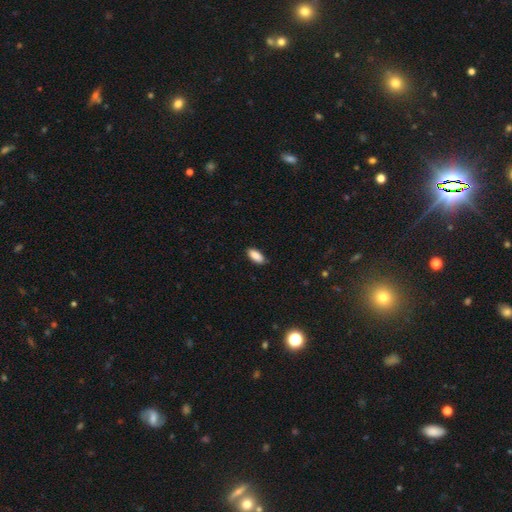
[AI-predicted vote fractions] Q: Smooth or featured?
A: smooth (89%); runner-up: star or artifact (6%)
Q: How rounded?
A: in between (87%); runner-up: cigar-shaped (11%)
Q: Merging?
A: none (85%); runner-up: minor disturbance (12%)